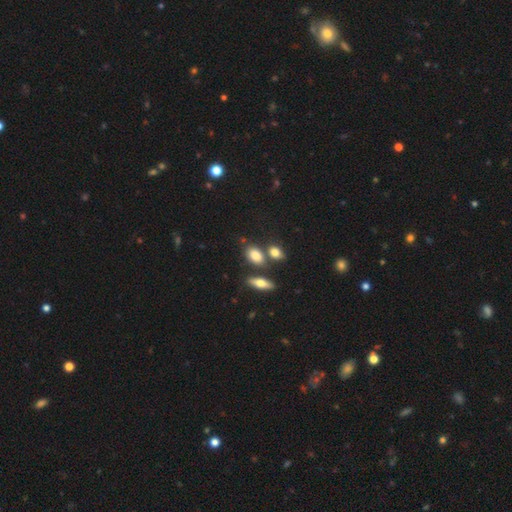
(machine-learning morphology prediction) A smooth galaxy with no disk features (80%) that is in between round and cigar-shaped (77%).

Vote fractions:
- Smooth or featured? smooth: 80% / featured or disk: 11% / star or artifact: 9%
- How rounded? in between: 77% / round: 19% / cigar-shaped: 4%
- Merging? none: 63% / merger: 20% / minor disturbance: 13% / major disturbance: 4%